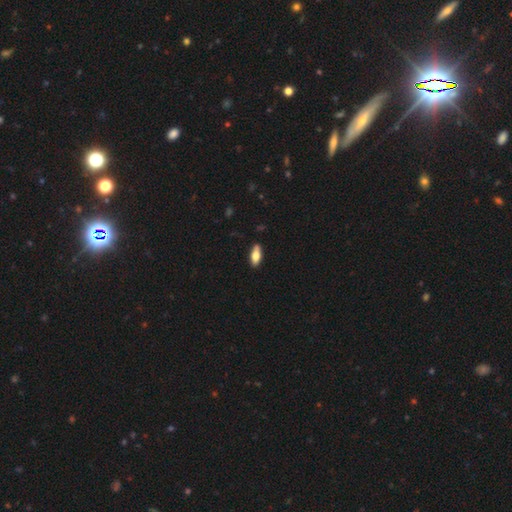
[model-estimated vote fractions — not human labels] A smooth galaxy with no disk features (71%) that is in between round and cigar-shaped (78%). Merging: none (83%).